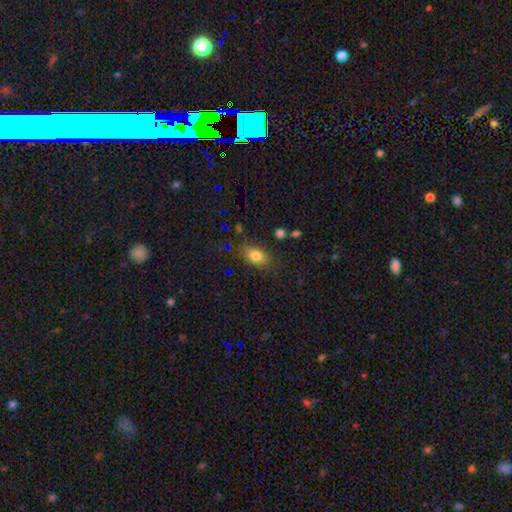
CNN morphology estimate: A smooth galaxy with no disk features (76%) that is in between round and cigar-shaped (84%). Merging: none (79%).